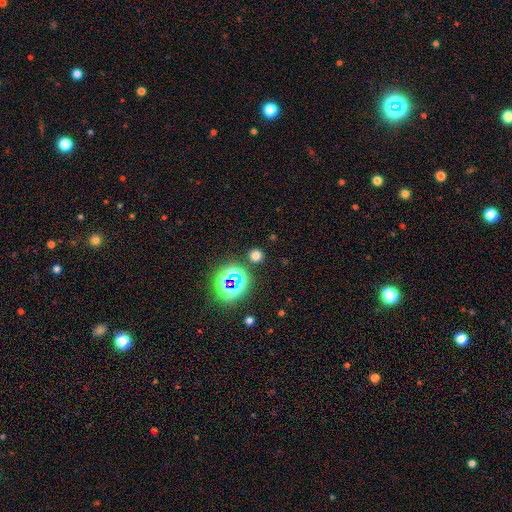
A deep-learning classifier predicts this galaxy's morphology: This is likely a smooth galaxy (65%). How rounded: clearly round (90%). Merging: clearly none (87%).